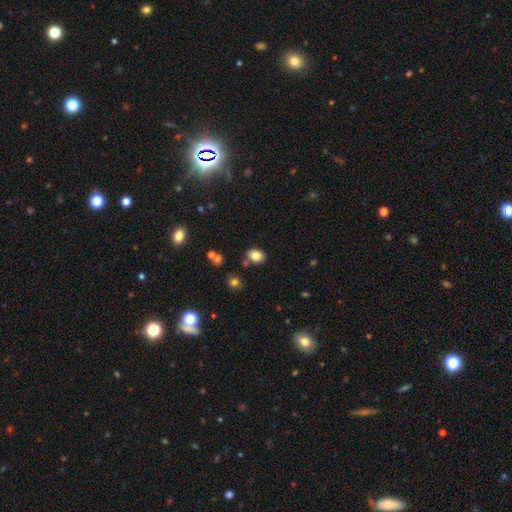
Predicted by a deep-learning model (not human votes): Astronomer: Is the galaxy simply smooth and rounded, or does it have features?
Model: smooth — 82%.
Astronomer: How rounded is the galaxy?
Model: in between — 61% (runner-up: round, 38%).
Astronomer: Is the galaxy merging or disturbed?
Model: none — 78%.